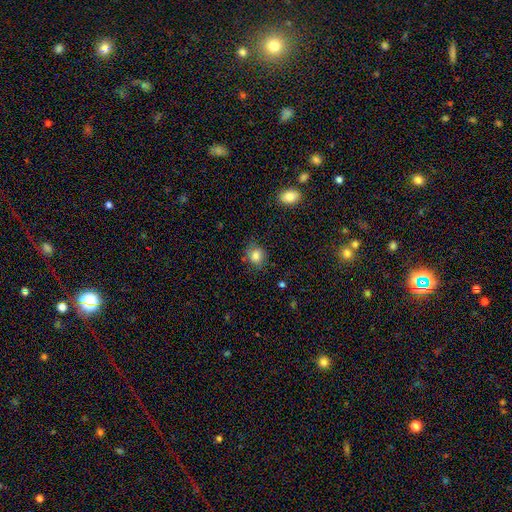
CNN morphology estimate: A smooth galaxy with no disk features (81%) that is round (67%). Merging: none (73%).